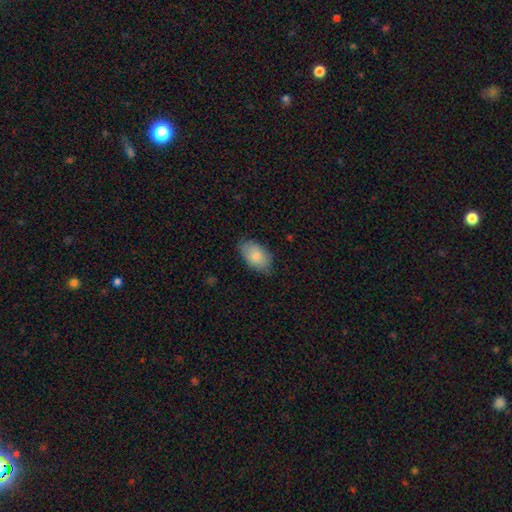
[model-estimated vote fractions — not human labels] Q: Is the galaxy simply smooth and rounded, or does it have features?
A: smooth — 84%.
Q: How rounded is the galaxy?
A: in between — 93%.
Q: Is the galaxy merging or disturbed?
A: none — 75%.